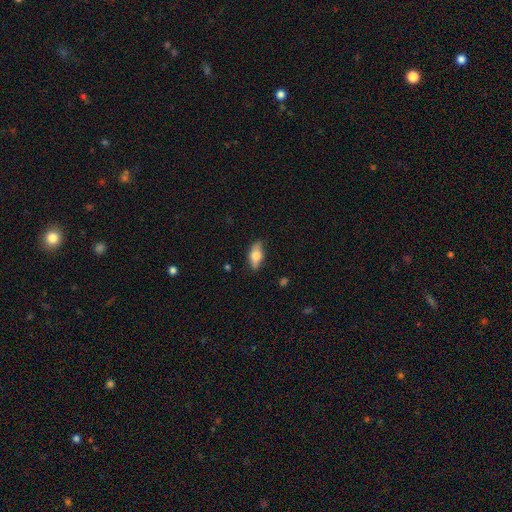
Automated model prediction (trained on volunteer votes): Q: Smooth or featured?
A: smooth (68%); runner-up: featured or disk (25%)
Q: How rounded?
A: in between (83%); runner-up: cigar-shaped (13%)
Q: Merging?
A: none (81%); runner-up: minor disturbance (15%)